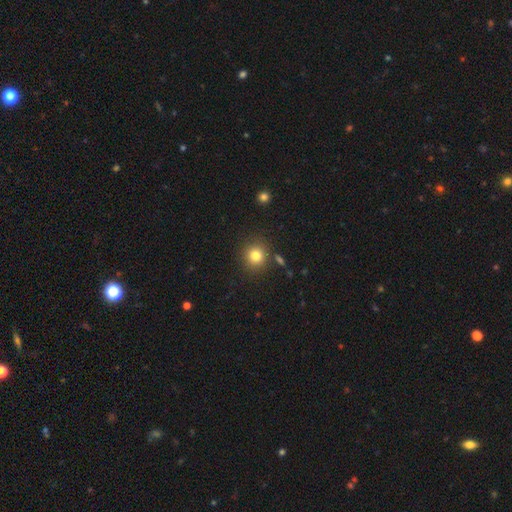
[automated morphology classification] A smooth galaxy with no disk features (81%) that is round (90%).

Vote fractions:
- Smooth or featured? smooth: 81% / star or artifact: 12% / featured or disk: 7%
- How rounded? round: 90% / in between: 9% / cigar-shaped: 1%
- Merging? none: 85% / minor disturbance: 8% / merger: 4% / major disturbance: 3%